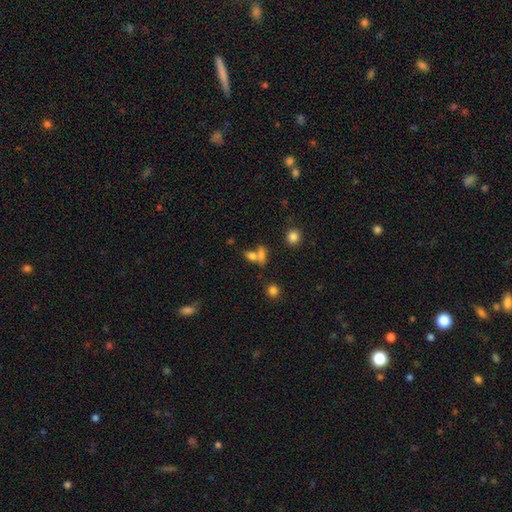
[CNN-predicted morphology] smooth_or_featured: smooth (p=0.71) [alt: star or artifact p=0.15]
how_rounded: in between (p=0.70) [alt: round p=0.18]
merging: merger (p=0.48) [alt: none p=0.37]